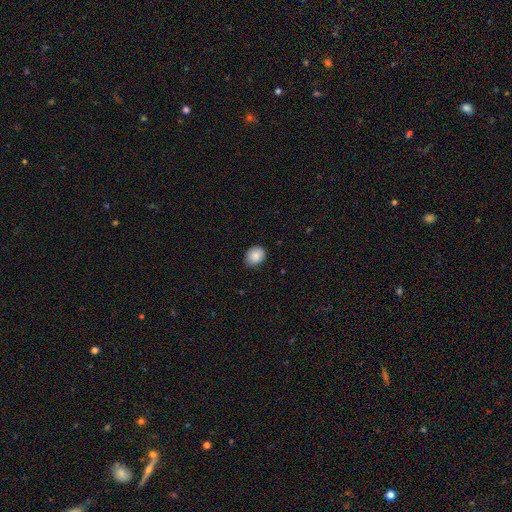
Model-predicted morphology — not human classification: Smooth or featured: smooth — 87% (star or artifact — 8%)
How rounded: round — 54% (in between — 45%)
Merging: none — 82% (minor disturbance — 15%)